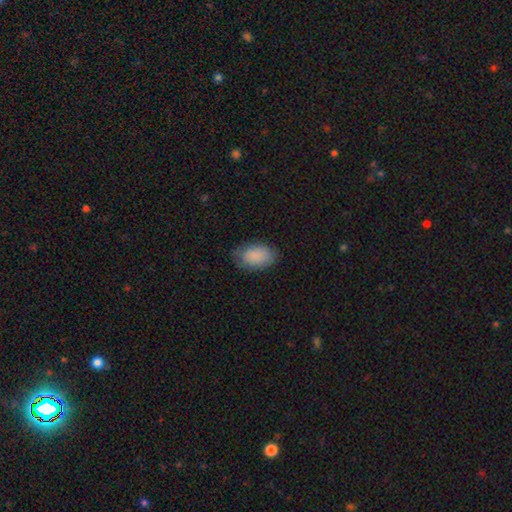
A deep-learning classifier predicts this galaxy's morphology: Overall: smooth (88%). How rounded: in between (91%). Merging: none (74%).